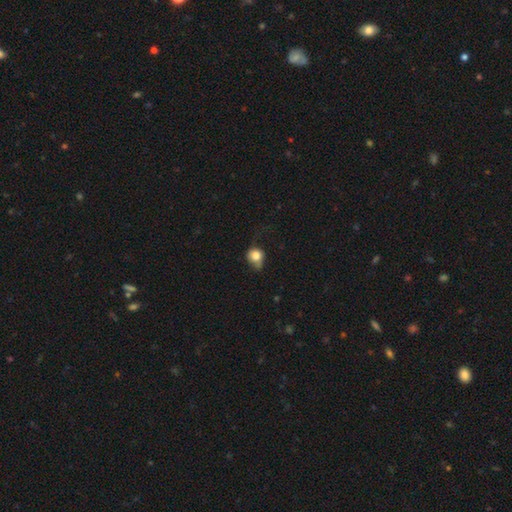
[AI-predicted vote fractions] This is likely a smooth galaxy (76%). How rounded: likely round (72%). Merging: marginally none (43%).